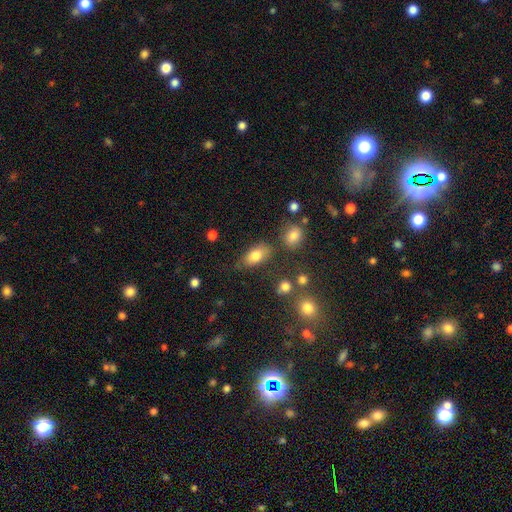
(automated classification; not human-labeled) This is likely a smooth galaxy (79%). How rounded: clearly in between (88%). Merging: likely none (66%).